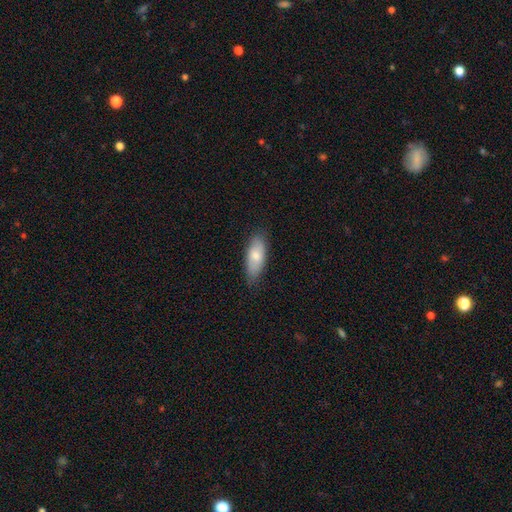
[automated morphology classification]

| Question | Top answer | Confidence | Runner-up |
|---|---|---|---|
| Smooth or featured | smooth | 77% | featured or disk (17%) |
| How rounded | in between | 77% | cigar-shaped (21%) |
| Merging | none | 80% | minor disturbance (16%) |